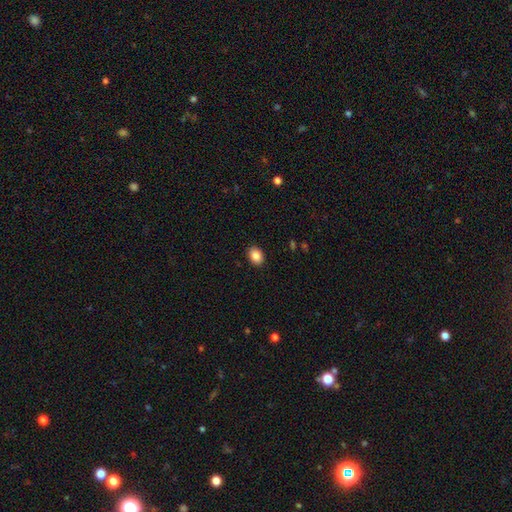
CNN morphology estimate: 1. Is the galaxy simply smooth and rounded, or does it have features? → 88% smooth, 8% star or artifact, 4% featured or disk.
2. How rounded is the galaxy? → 68% in between, 31% round, 1% cigar-shaped.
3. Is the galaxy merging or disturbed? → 90% none, 7% minor disturbance, 2% major disturbance, 1% merger.